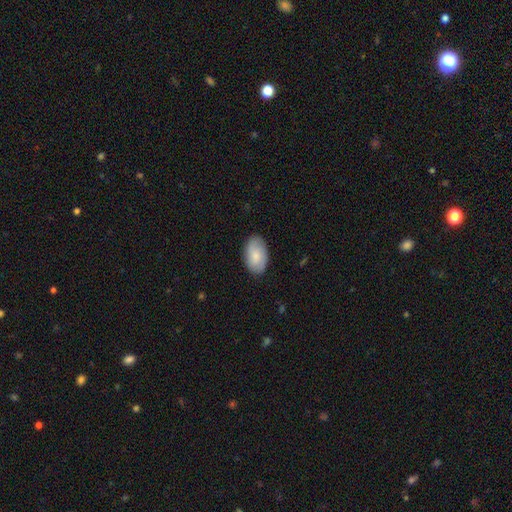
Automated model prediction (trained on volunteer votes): Smooth or featured? smooth (67%)
How rounded? in between (92%)
Merging? none (84%)